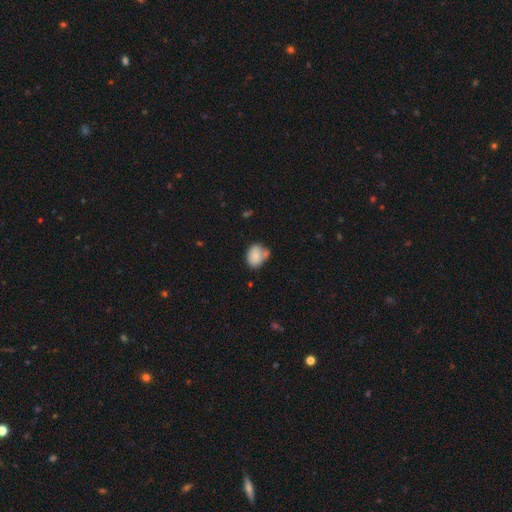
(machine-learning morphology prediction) Smooth or featured: smooth — 79% (featured or disk — 13%)
How rounded: in between — 59% (round — 40%)
Merging: none — 45% (minor disturbance — 26%)